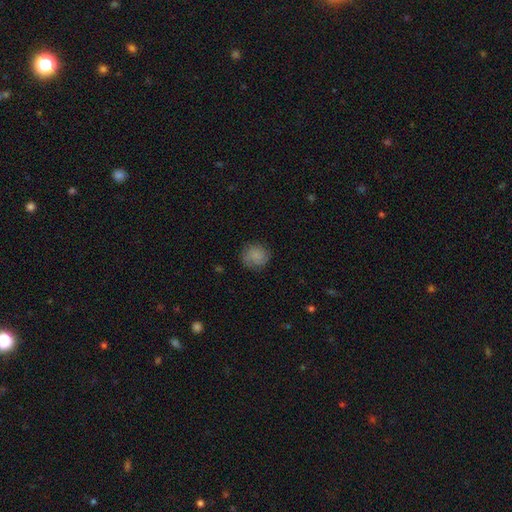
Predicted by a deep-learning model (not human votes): Smooth or featured? Predicted: smooth (p=0.76). How rounded? Predicted: round (p=0.86). Merging? Predicted: none (p=0.77).